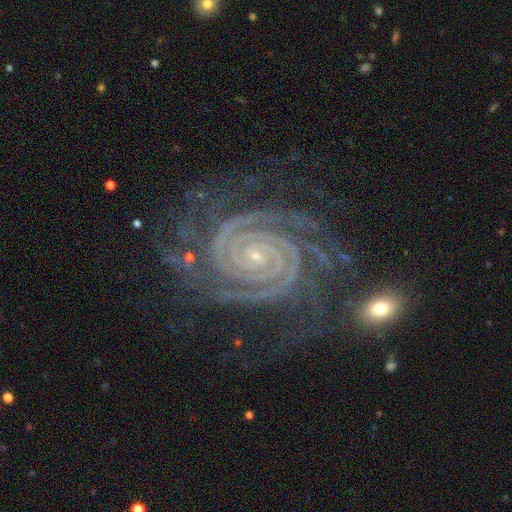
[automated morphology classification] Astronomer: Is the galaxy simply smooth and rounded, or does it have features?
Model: featured or disk — 91%.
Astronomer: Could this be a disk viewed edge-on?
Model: no — 98%.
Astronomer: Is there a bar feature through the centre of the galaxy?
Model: no — 74%.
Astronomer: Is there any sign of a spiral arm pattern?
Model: yes — 99%.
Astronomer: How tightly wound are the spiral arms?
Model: tight — 85%.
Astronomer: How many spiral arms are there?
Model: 2 — 45%.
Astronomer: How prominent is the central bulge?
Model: small — 85%.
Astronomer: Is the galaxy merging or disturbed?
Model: none — 74%.